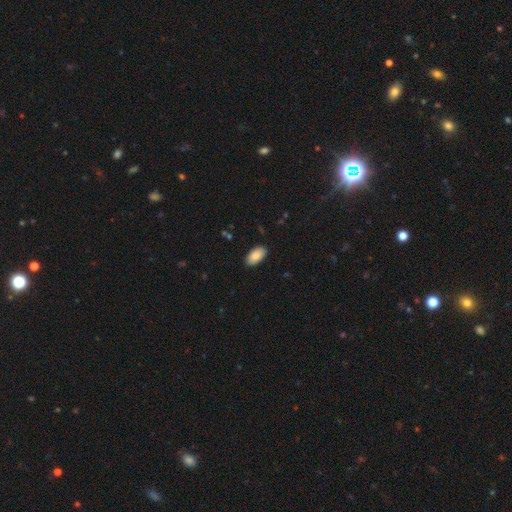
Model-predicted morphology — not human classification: Smooth or featured? Predicted: smooth (p=0.88). How rounded? Predicted: in between (p=0.95). Merging? Predicted: none (p=0.88).